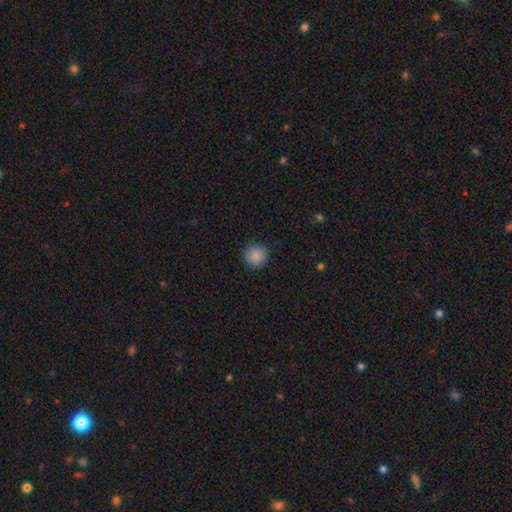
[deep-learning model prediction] smooth_or_featured: smooth (p=0.88) [alt: star or artifact p=0.09]
how_rounded: round (p=0.94) [alt: in between p=0.05]
merging: none (p=0.90) [alt: minor disturbance p=0.07]